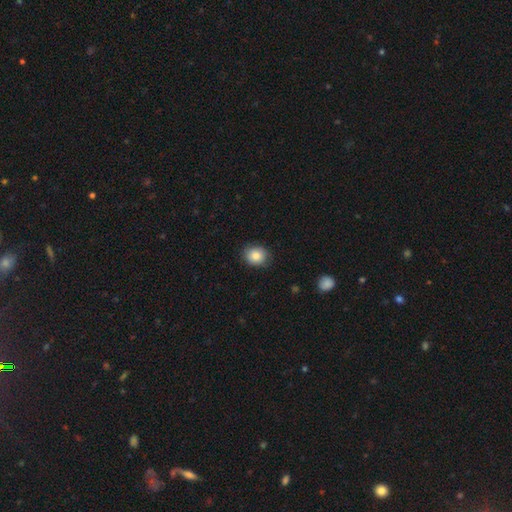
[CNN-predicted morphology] This is clearly a smooth galaxy (85%). How rounded: likely round (69%). Merging: clearly none (84%).